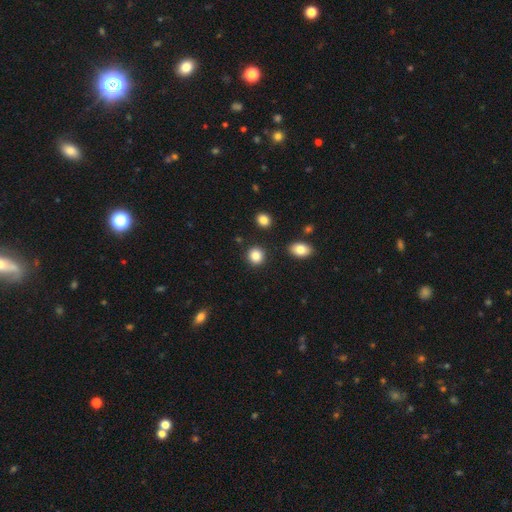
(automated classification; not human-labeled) This appears to be a smooth galaxy with no disk features (86%) that is round (85%). Merging: none (89%).